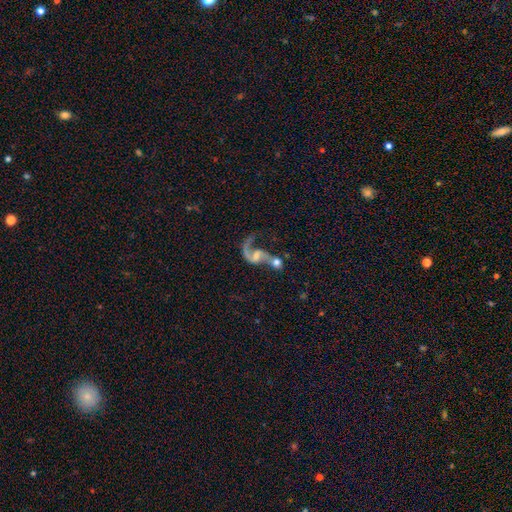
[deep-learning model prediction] A featured or disk galaxy (76%) with no bar (48%), 2 (58%) loose (76%) spiral arms (87%) and a small central bulge (40%). Merging: merger (58%).